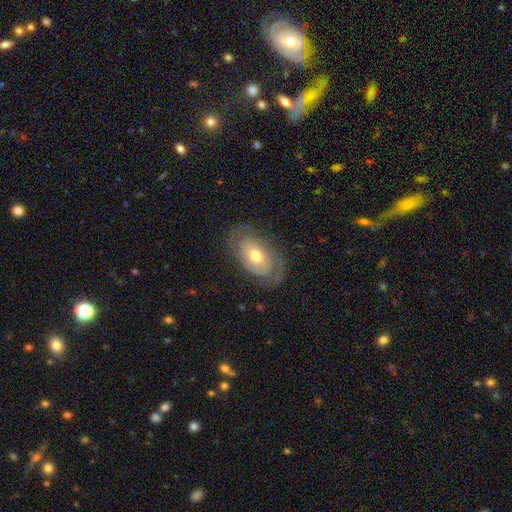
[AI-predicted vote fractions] smooth-or-featured: featured or disk: 60% | smooth: 34% | star or artifact: 7%
  disk-edge-on: no: 92% | yes: 8%
    bar: no: 80% | weak: 16% | strong: 4%
    has-spiral-arms: yes: 67% | no: 33%
    bulge-size: moderate: 70% | small: 21% | large: 7% | dominant: 1% | none: 1%
  merging: none: 70% | minor disturbance: 19% | major disturbance: 10% | merger: 1%